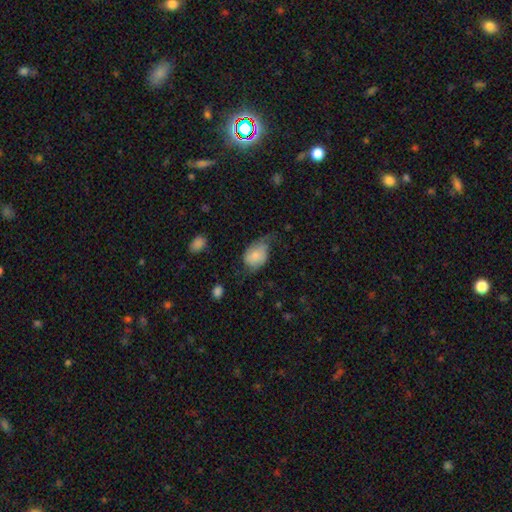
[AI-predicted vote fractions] This appears to be a smooth galaxy with no disk features (64%) that is in between round and cigar-shaped (75%). Merging: minor disturbance (37%).